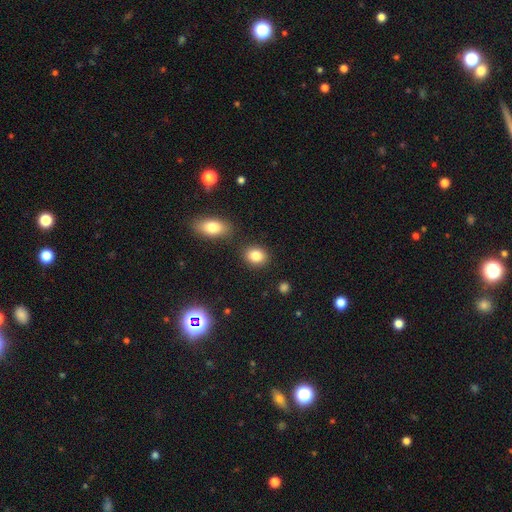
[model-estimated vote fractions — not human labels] Overall: smooth (84%). How rounded: in between (51%; round 48%). Merging: none (83%).